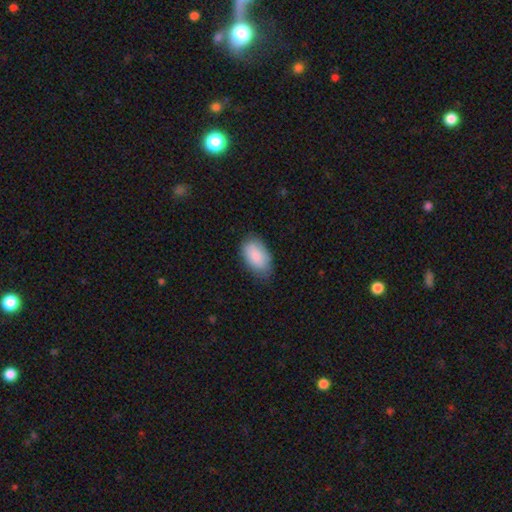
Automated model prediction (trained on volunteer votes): smooth_or_featured: smooth (p=0.87) [alt: featured or disk p=0.08]
how_rounded: in between (p=0.94) [alt: round p=0.04]
merging: none (p=0.73) [alt: minor disturbance p=0.21]